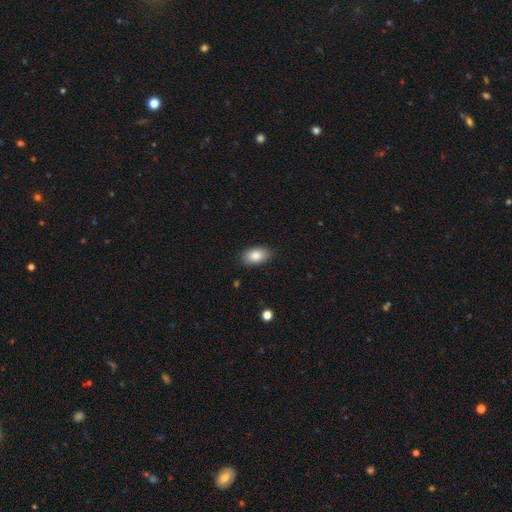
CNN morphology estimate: Smooth or featured: smooth — 86% (star or artifact — 7%)
How rounded: in between — 92% (round — 7%)
Merging: none — 87% (minor disturbance — 10%)